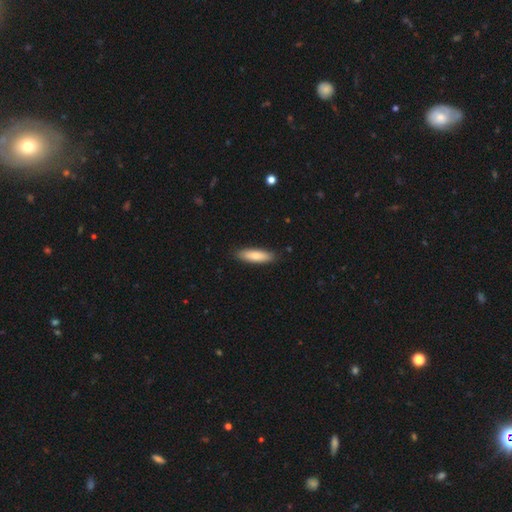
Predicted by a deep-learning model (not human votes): A smooth galaxy with no disk features (78%) that is cigar-shaped (58%).

Vote fractions:
- Smooth or featured? smooth: 78% / featured or disk: 17% / star or artifact: 5%
- How rounded? cigar-shaped: 58% / in between: 40% / round: 2%
- Merging? none: 87% / minor disturbance: 10% / major disturbance: 2% / merger: 1%